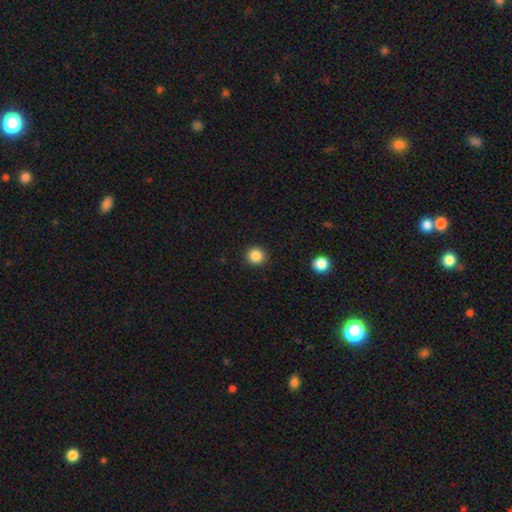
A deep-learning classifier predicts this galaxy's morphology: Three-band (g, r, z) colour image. It shows a smooth galaxy with no disk features (86%) that is round (93%). Merging: none (93%).